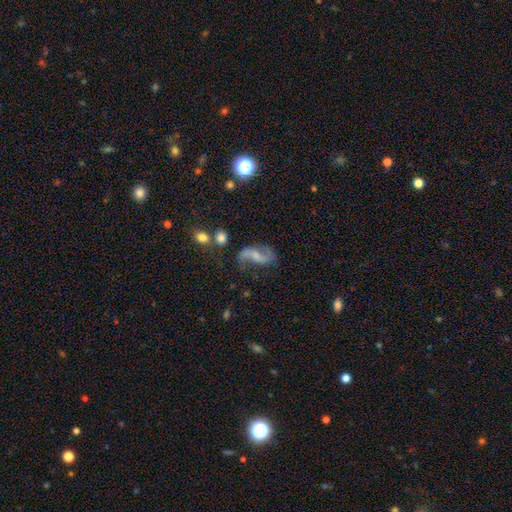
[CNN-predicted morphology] This appears to be a featured or disk galaxy (81%) with a weak bar (40%, tied with no), 2 (90%) loose (76%) spiral arms (94%) and a small central bulge (48%). Merging: none (60%).